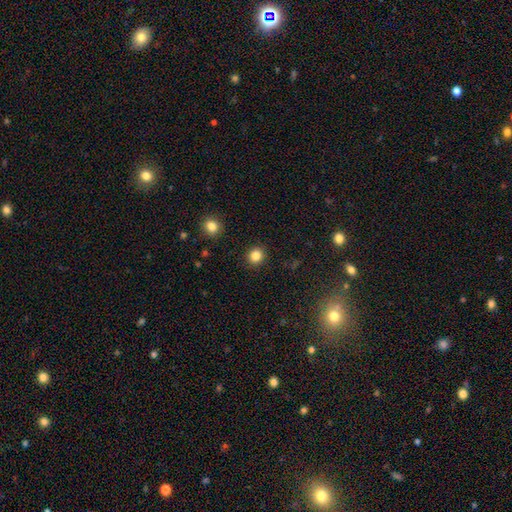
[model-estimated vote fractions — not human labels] smooth 84%, star or artifact 12%, featured or disk 5%. Down the decision tree: how rounded — round (87%); merging — none (91%).